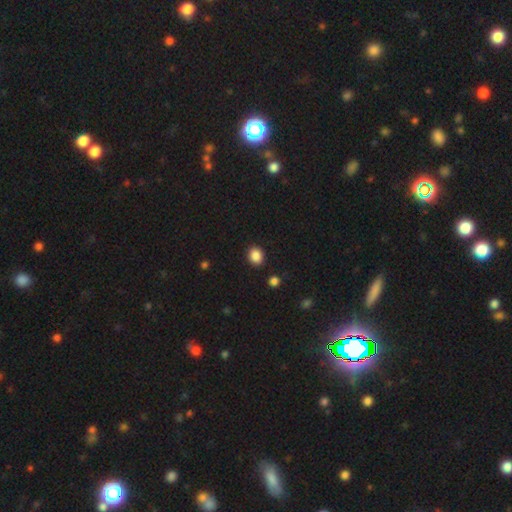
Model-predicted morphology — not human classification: Overall: smooth (87%). How rounded: round (57%; in between 42%). Merging: none (90%).